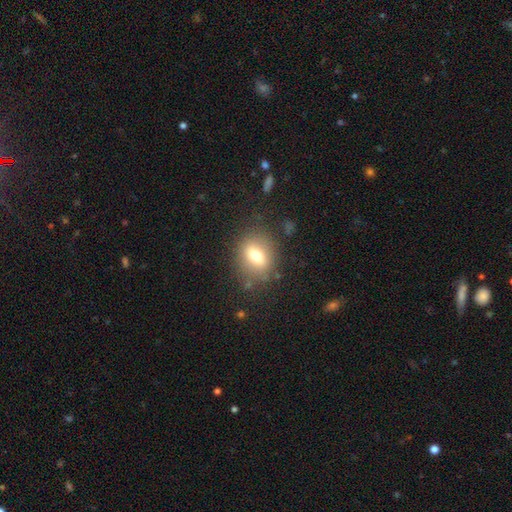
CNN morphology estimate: Smooth or featured?
  - smooth: 69% *
  - featured or disk: 20%
  - star or artifact: 11%
How rounded?
  - round: 52% *
  - in between: 46%
  - cigar-shaped: 2%
Merging?
  - none: 80% *
  - minor disturbance: 12%
  - major disturbance: 6%
  - merger: 2%